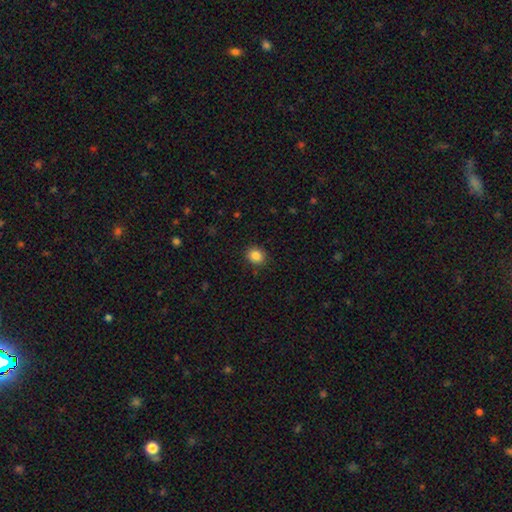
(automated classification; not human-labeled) A smooth galaxy with no disk features (85%) that is round (73%).

Vote fractions:
- Smooth or featured? smooth: 85% / star or artifact: 10% / featured or disk: 4%
- How rounded? round: 73% / in between: 26% / cigar-shaped: 1%
- Merging? none: 89% / minor disturbance: 7% / major disturbance: 2% / merger: 1%